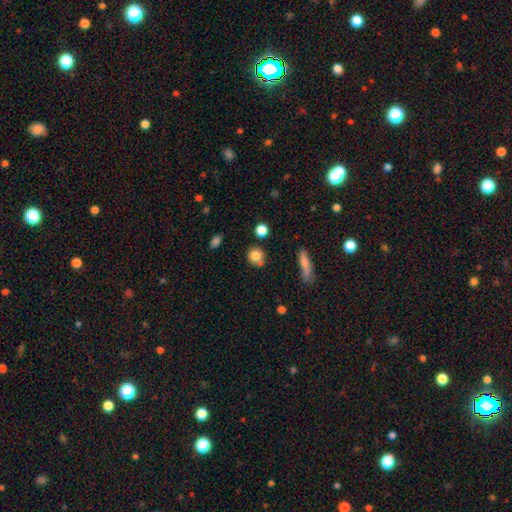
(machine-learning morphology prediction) Smooth or featured?
  - smooth: 80% *
  - star or artifact: 10%
  - featured or disk: 10%
How rounded?
  - round: 84% *
  - in between: 14%
  - cigar-shaped: 2%
Merging?
  - none: 70% *
  - minor disturbance: 14%
  - merger: 12%
  - major disturbance: 4%